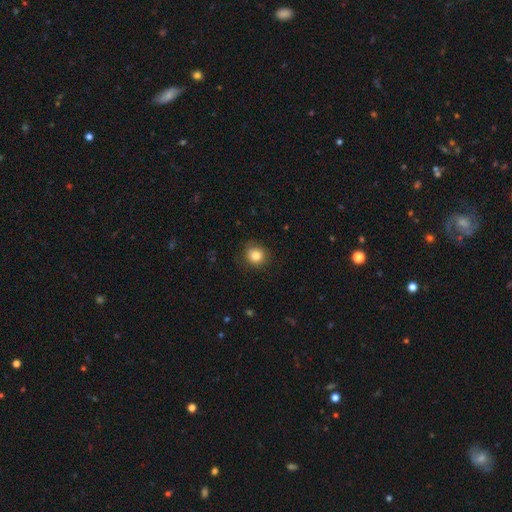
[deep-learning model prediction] Smooth or featured? smooth (83%)
How rounded? round (85%)
Merging? none (83%)